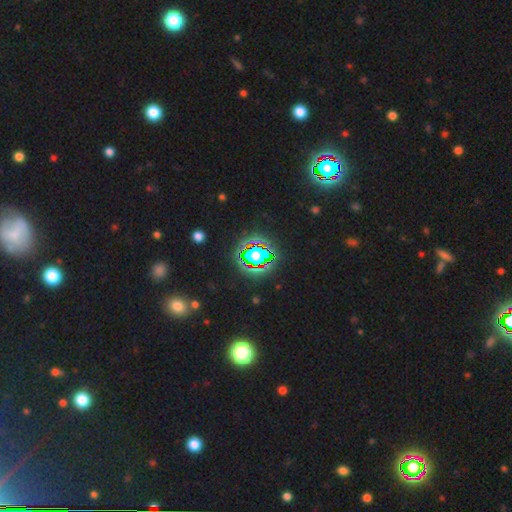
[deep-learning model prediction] Q: Smooth or featured?
A: star or artifact (72%); runner-up: smooth (17%)